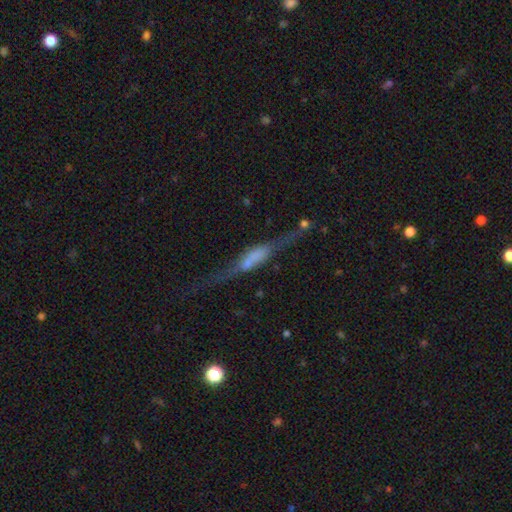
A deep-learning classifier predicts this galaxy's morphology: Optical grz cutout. It shows a featured or disk galaxy (67%) viewed edge-on (81%) with a rounded central bulge (52%). Merging: none (51%).